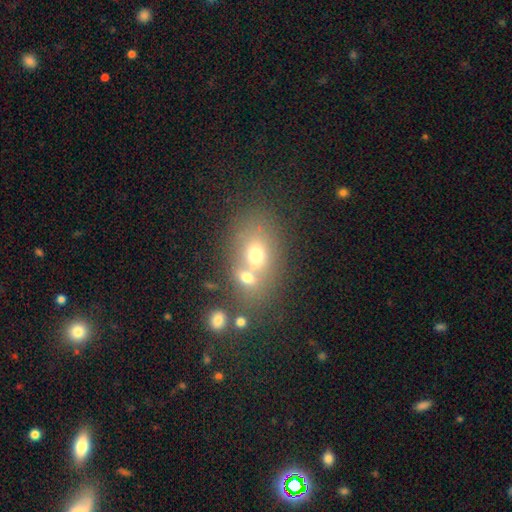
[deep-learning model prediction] Smooth or featured: smooth — 57% (featured or disk — 27%)
How rounded: in between — 61% (round — 37%)
Merging: merger — 52% (none — 34%)